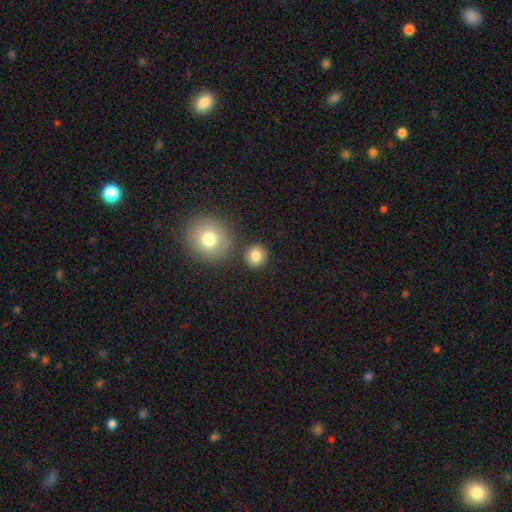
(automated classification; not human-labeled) This appears to be a smooth galaxy with no disk features (83%) that is round (89%). Merging: none (83%).